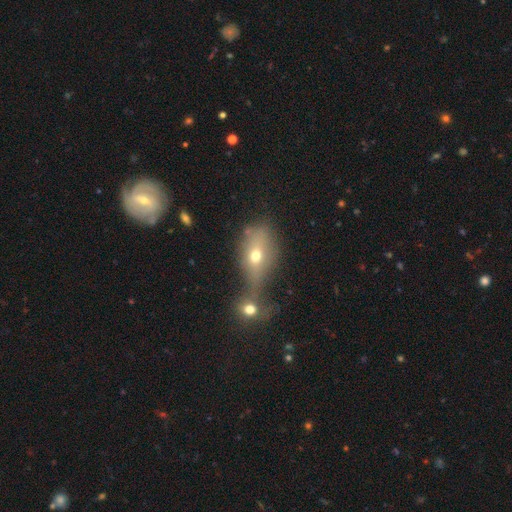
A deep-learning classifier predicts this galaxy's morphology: This is likely a smooth galaxy (61%). How rounded: likely in between (71%). Merging: possibly merger (53%).